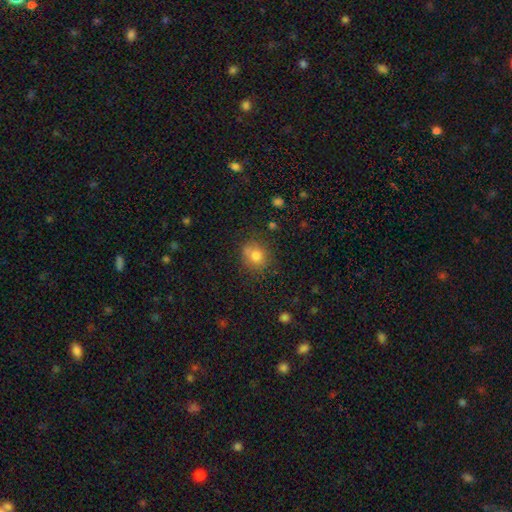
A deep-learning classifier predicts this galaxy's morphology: This appears to be a smooth galaxy with no disk features (78%) that is round (74%). Merging: none (66%).